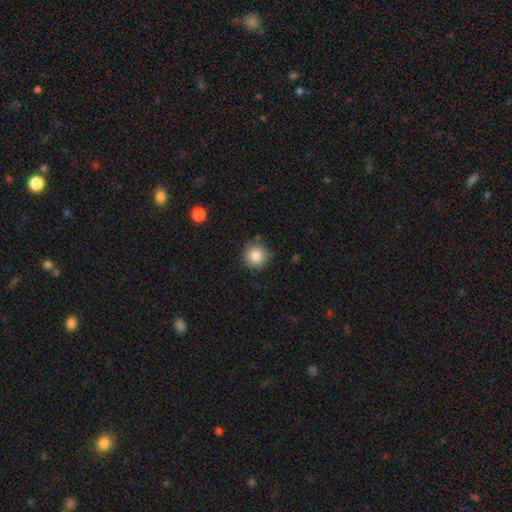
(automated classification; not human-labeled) smooth_or_featured: smooth (p=0.85) [alt: star or artifact p=0.09]
how_rounded: round (p=0.95) [alt: in between p=0.04]
merging: none (p=0.84) [alt: minor disturbance p=0.11]